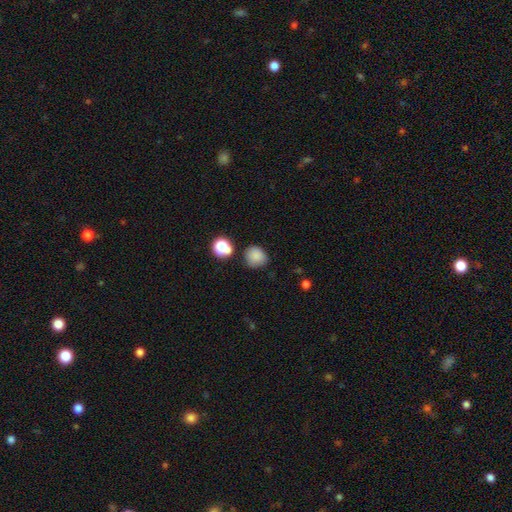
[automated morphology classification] The model was most divided on "merging": none: 73%, minor disturbance: 16%, merger: 7%, major disturbance: 4%. More confident: how rounded — round (84%); smooth or featured — smooth (83%).